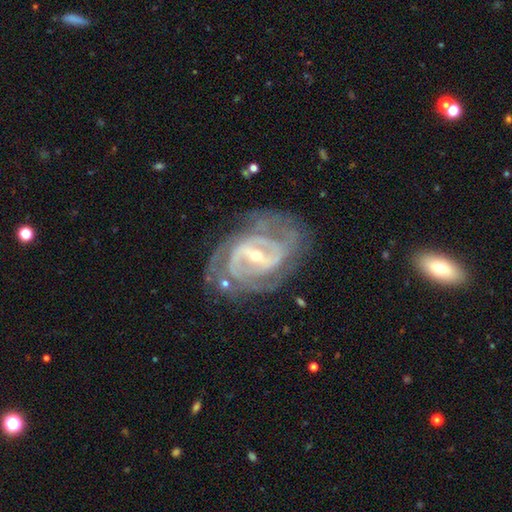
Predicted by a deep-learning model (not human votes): featured or disk 90%, star or artifact 5%, smooth 5%. Down the decision tree: edge-on disk — no (96%); bar — strong (55%); spiral arms — yes (95%); spiral arm count — 2 (43%); spiral winding — tight (52%); bulge size — small (62%); merging — none (69%).